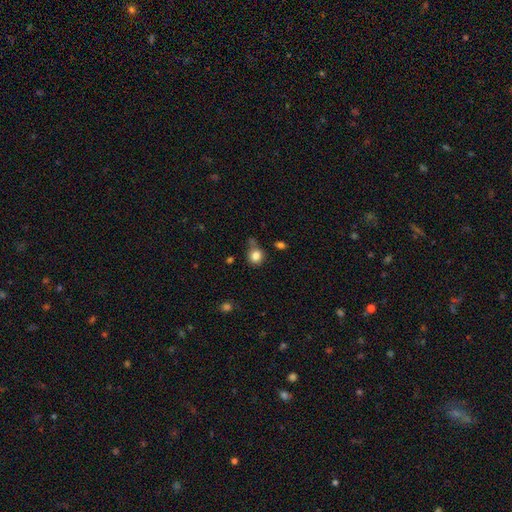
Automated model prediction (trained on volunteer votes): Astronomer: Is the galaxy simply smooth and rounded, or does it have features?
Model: smooth — 83%.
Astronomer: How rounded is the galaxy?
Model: round — 80%.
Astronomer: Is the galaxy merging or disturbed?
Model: none — 63%.